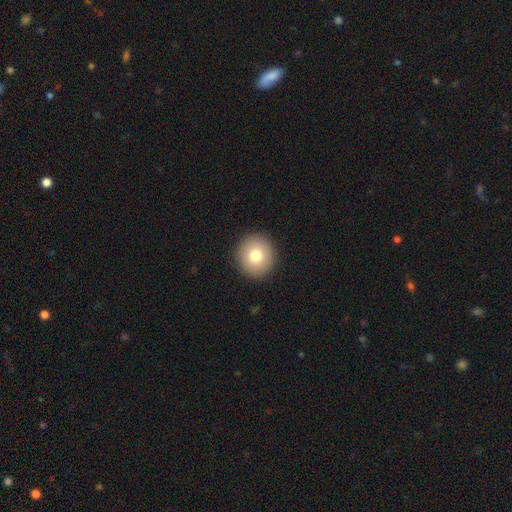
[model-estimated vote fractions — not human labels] The model was most divided on "smooth or featured": smooth: 77%, featured or disk: 14%, star or artifact: 9%. More confident: how rounded — round (93%); merging — none (92%).